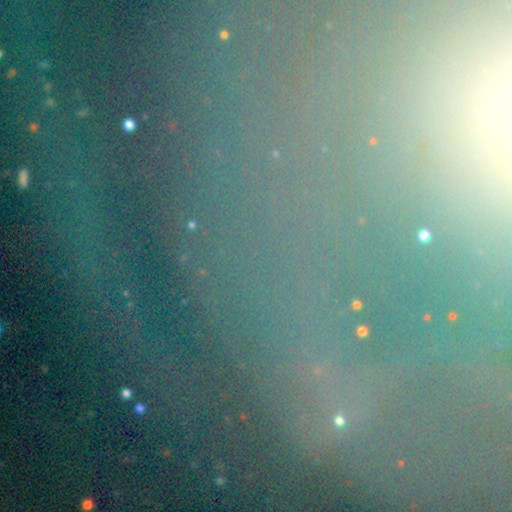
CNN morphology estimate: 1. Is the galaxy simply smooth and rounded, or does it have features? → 75% star or artifact, 14% featured or disk, 12% smooth.